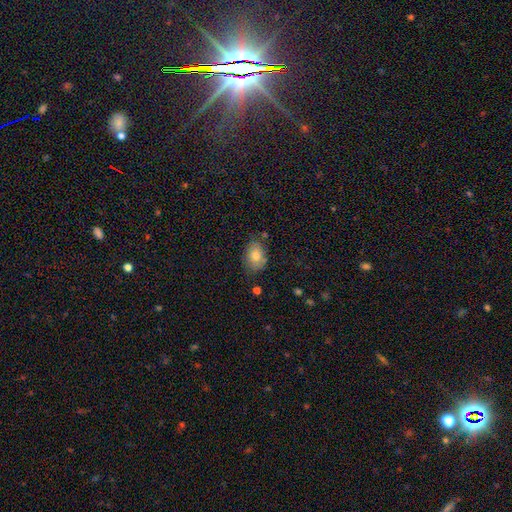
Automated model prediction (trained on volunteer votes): smooth-or-featured: smooth: 77% | featured or disk: 14% | star or artifact: 10%
  how-rounded: in between: 75% | round: 23% | cigar-shaped: 1%
  merging: none: 75% | minor disturbance: 19% | major disturbance: 4% | merger: 3%